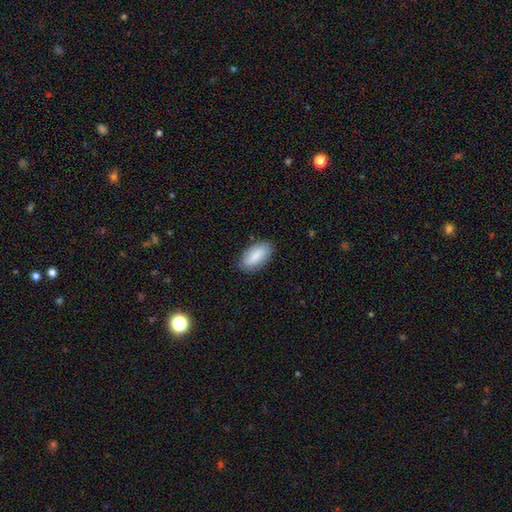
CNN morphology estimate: Smooth or featured?
  - smooth: 83% *
  - featured or disk: 11%
  - star or artifact: 6%
How rounded?
  - in between: 92% *
  - cigar-shaped: 6%
  - round: 2%
Merging?
  - none: 84% *
  - minor disturbance: 12%
  - major disturbance: 3%
  - merger: 1%